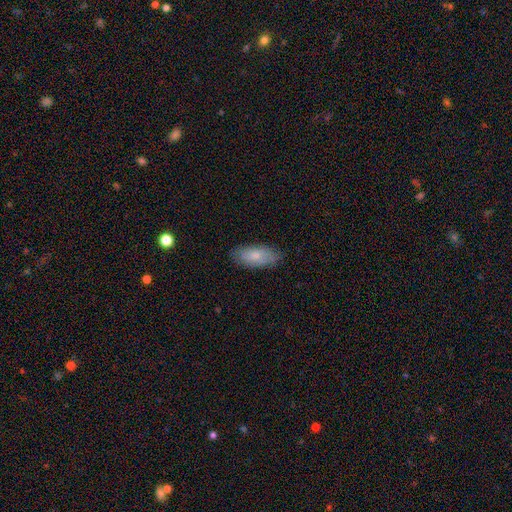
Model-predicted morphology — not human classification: Smooth or featured?
  - smooth: 78% *
  - featured or disk: 16%
  - star or artifact: 6%
How rounded?
  - in between: 88% *
  - cigar-shaped: 10%
  - round: 2%
Merging?
  - none: 81% *
  - minor disturbance: 15%
  - major disturbance: 3%
  - merger: 1%